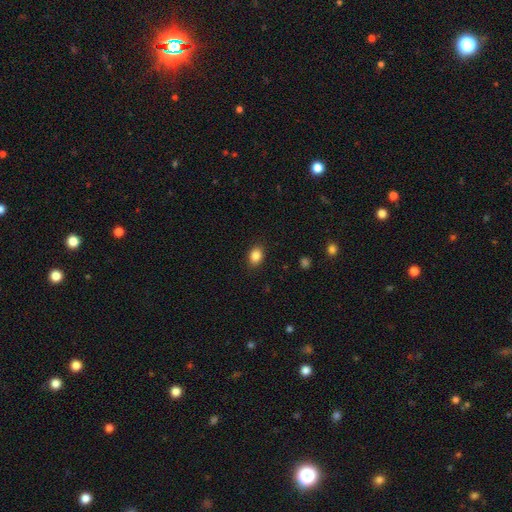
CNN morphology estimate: type=smooth (87%); roundness=in between (68%); merging=none (89%).